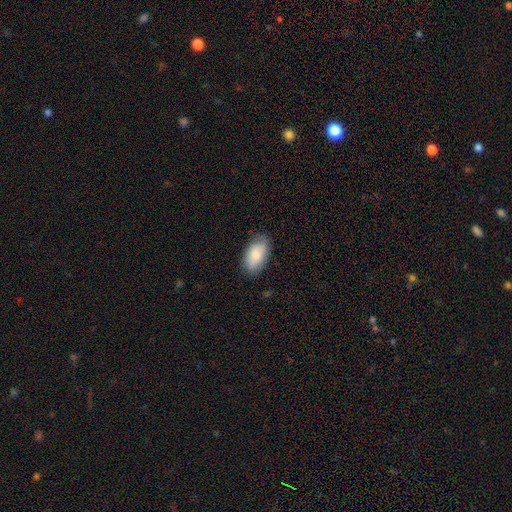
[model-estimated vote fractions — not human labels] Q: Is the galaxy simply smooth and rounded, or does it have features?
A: smooth — 81%.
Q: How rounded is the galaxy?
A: in between — 94%.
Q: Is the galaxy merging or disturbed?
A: none — 78%.